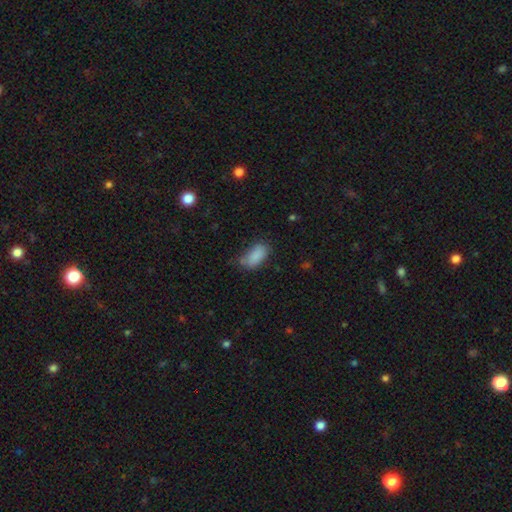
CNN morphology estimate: The model was most divided on "merging": none: 55%, minor disturbance: 31%, major disturbance: 10%, merger: 4%. More confident: how rounded — in between (92%); smooth or featured — smooth (85%).